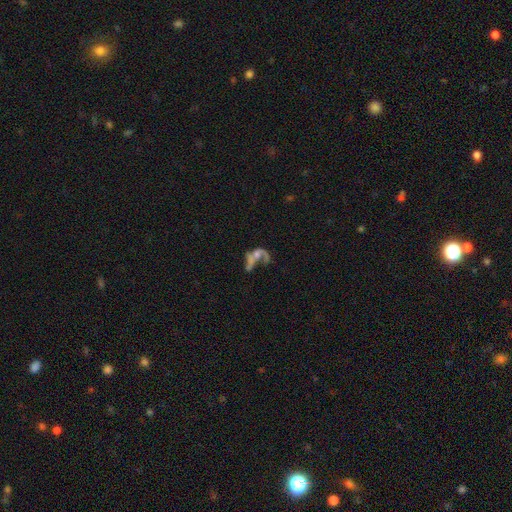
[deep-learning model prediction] featured or disk 66%, smooth 20%, star or artifact 14%. Down the decision tree: edge-on disk — no (96%); bar — no (70%); spiral arms — yes (59%); bulge size — small (34%); merging — major disturbance (38%).